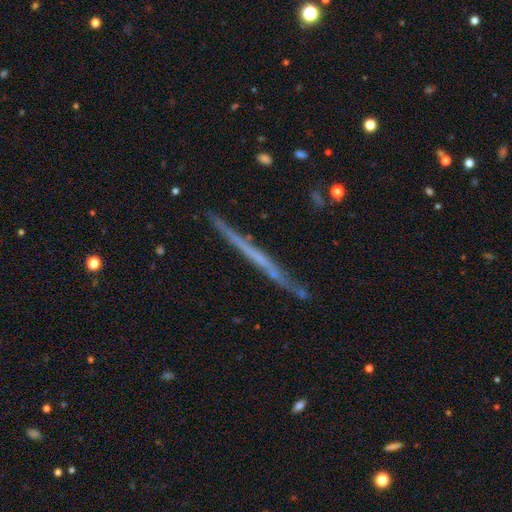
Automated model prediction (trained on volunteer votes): This appears to be a featured or disk galaxy (63%) viewed edge-on (97%) with no central bulge (91%). Merging: none (88%).